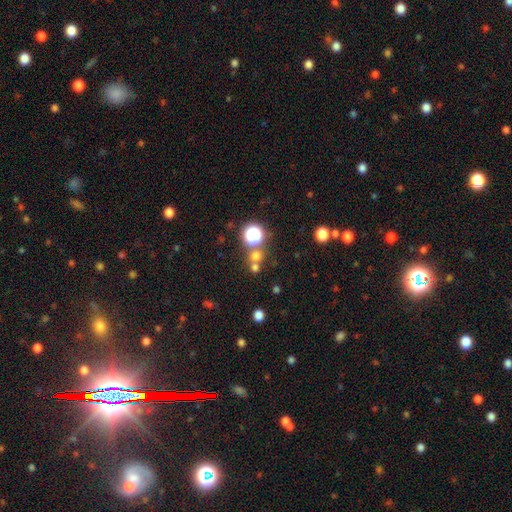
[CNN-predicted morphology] A smooth galaxy with no disk features (59%) that is round (89%).

Vote fractions:
- Smooth or featured? smooth: 59% / star or artifact: 32% / featured or disk: 9%
- How rounded? round: 89% / in between: 10% / cigar-shaped: 1%
- Merging? none: 61% / merger: 29% / minor disturbance: 7% / major disturbance: 4%